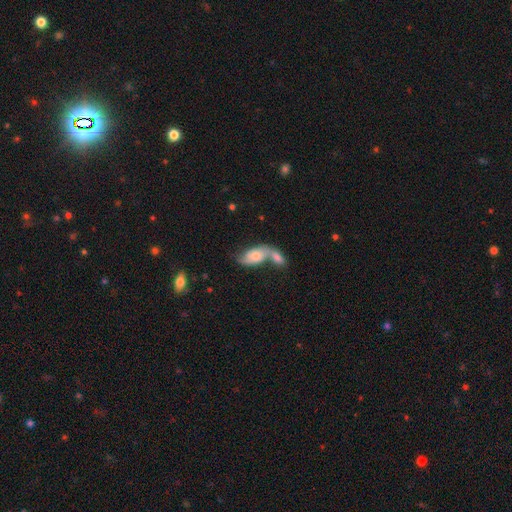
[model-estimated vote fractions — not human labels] Morphology: type=smooth (52%); roundness=in between (89%); merging=merger (65%).